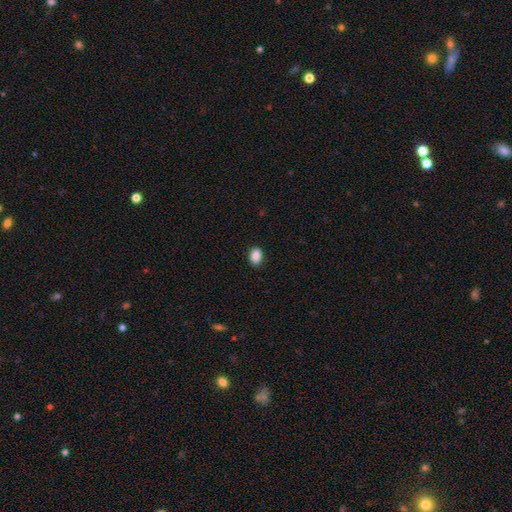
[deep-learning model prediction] Smooth or featured? Predicted: smooth (p=0.90). How rounded? Predicted: in between (p=0.79). Merging? Predicted: none (p=0.87).